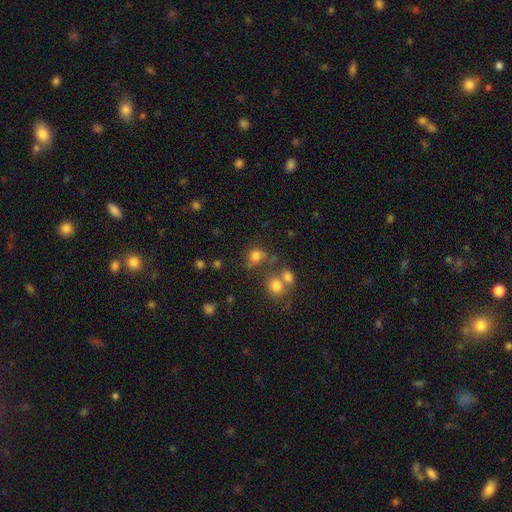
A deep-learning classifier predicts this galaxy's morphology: Q: Smooth or featured?
A: smooth (75%); runner-up: star or artifact (16%)
Q: How rounded?
A: round (73%); runner-up: in between (26%)
Q: Merging?
A: none (54%); runner-up: merger (25%)